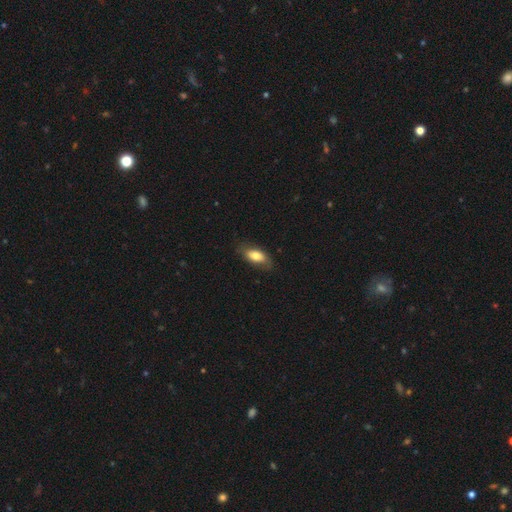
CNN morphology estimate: Smooth or featured? Predicted: smooth (p=0.75). How rounded? Predicted: in between (p=0.87). Merging? Predicted: none (p=0.73).